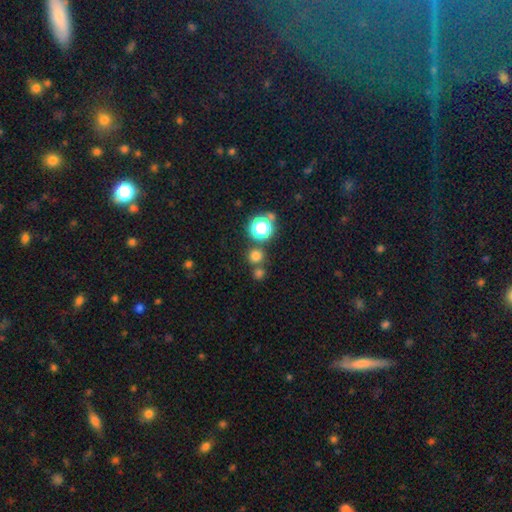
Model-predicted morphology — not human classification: A smooth galaxy with no disk features (71%) that is round (92%). Merging: none (72%).